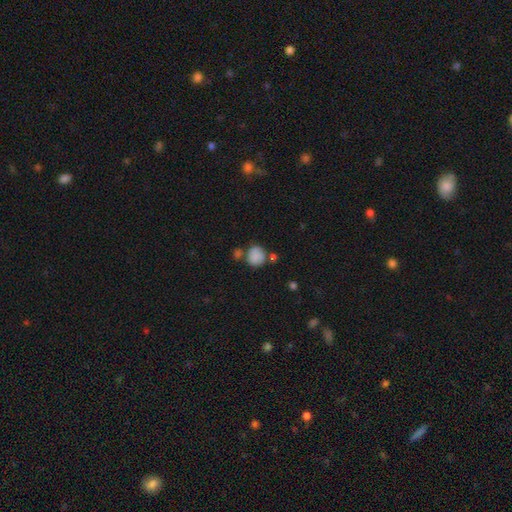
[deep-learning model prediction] smooth-or-featured: smooth: 84% | star or artifact: 9% | featured or disk: 7%
  how-rounded: round: 77% | in between: 22% | cigar-shaped: 1%
  merging: none: 56% | merger: 22% | minor disturbance: 16% | major disturbance: 6%